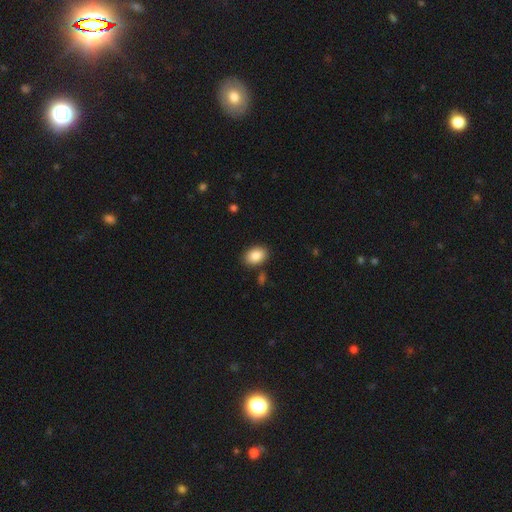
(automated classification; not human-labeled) Overall: smooth (87%). How rounded: in between (82%). Merging: none (85%).